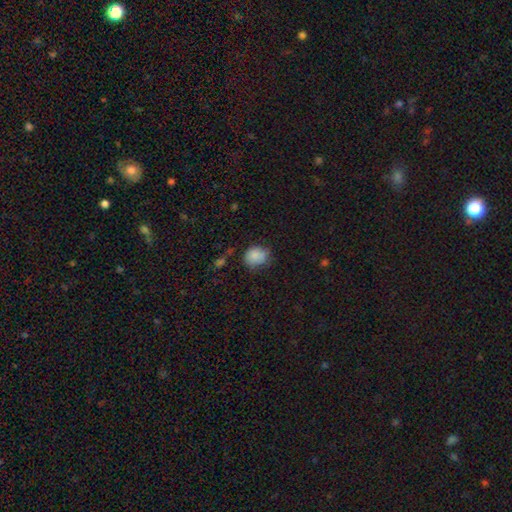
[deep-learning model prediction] smooth_or_featured: smooth (p=0.85) [alt: star or artifact p=0.09]
how_rounded: round (p=0.63) [alt: in between p=0.36]
merging: none (p=0.63) [alt: minor disturbance p=0.27]